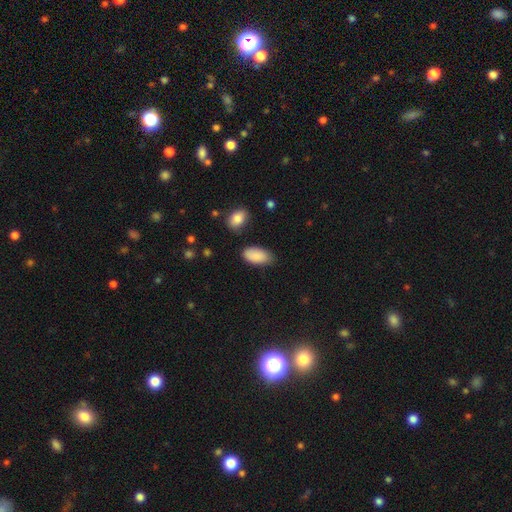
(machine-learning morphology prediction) Smooth or featured?
  - smooth: 89% *
  - star or artifact: 7%
  - featured or disk: 5%
How rounded?
  - in between: 94% *
  - cigar-shaped: 3%
  - round: 3%
Merging?
  - none: 76% *
  - minor disturbance: 18%
  - major disturbance: 4%
  - merger: 3%